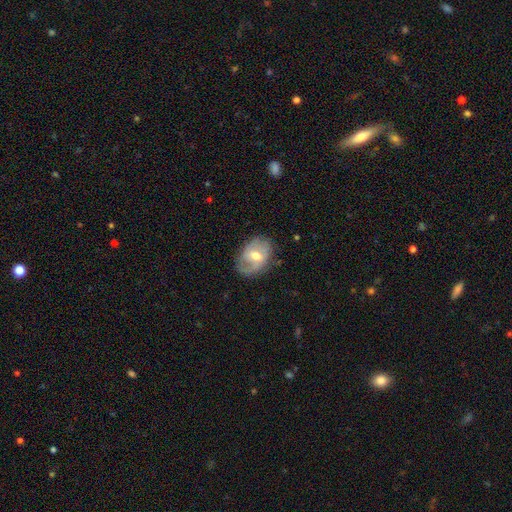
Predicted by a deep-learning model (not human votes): A featured or disk galaxy (59%) with a weak bar (50%), spiral arms (70%) and a moderate central bulge (70%). Merging: none (67%).